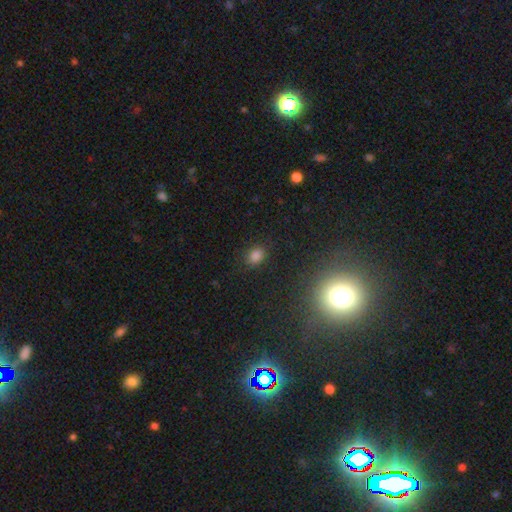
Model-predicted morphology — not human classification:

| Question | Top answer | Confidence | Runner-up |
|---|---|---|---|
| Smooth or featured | smooth | 80% | star or artifact (15%) |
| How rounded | in between | 60% | round (38%) |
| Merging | none | 86% | minor disturbance (10%) |